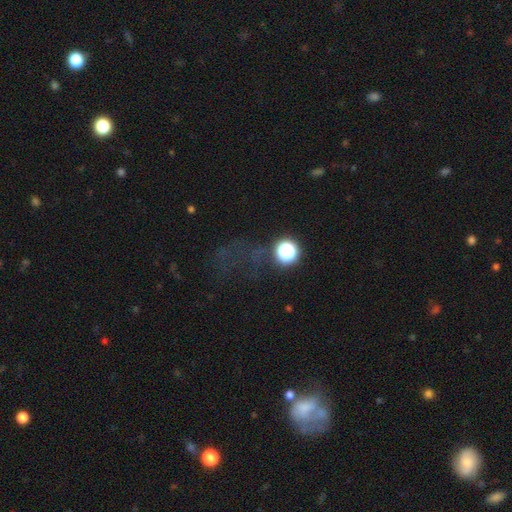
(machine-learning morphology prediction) A star or artifact, not a galaxy (58%).

Vote fractions:
- Smooth or featured? star or artifact: 58% / smooth: 25% / featured or disk: 16%